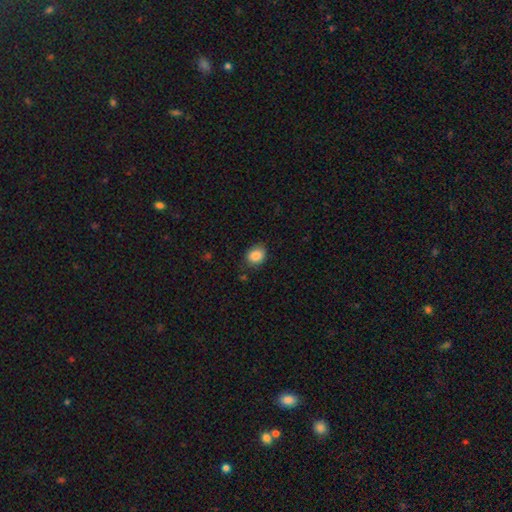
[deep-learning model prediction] Overall: smooth (86%). How rounded: round (54%; in between 45%). Merging: none (78%).